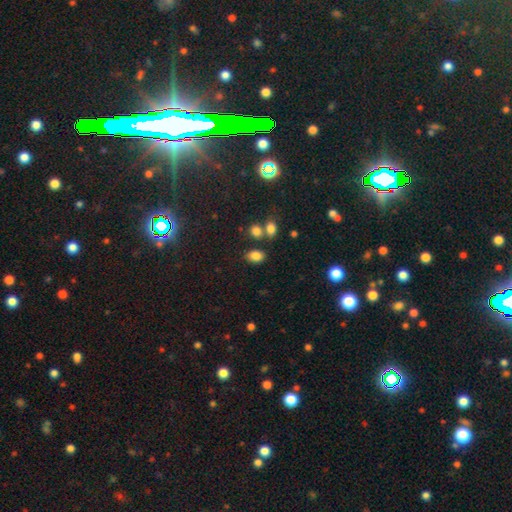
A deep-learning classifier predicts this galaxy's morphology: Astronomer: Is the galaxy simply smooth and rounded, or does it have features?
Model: smooth — 82%.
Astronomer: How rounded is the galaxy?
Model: in between — 81%.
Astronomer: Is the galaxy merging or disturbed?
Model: none — 70%.